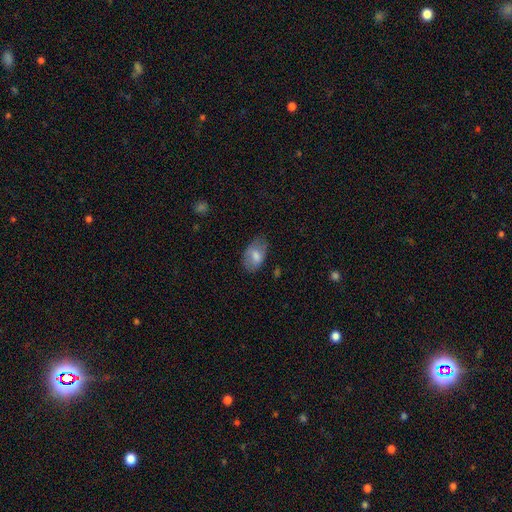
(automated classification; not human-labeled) Smooth or featured?
  - smooth: 71% *
  - featured or disk: 21%
  - star or artifact: 7%
How rounded?
  - in between: 91% *
  - round: 7%
  - cigar-shaped: 2%
Merging?
  - none: 69% *
  - minor disturbance: 23%
  - major disturbance: 6%
  - merger: 1%